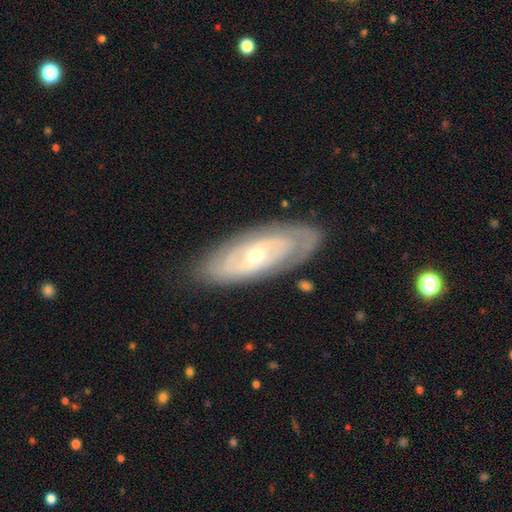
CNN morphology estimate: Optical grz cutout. It shows a featured or disk galaxy (79%) with no bar (66%), tight (69%) spiral arms (80%) and a small central bulge (62%). Merging: none (82%).